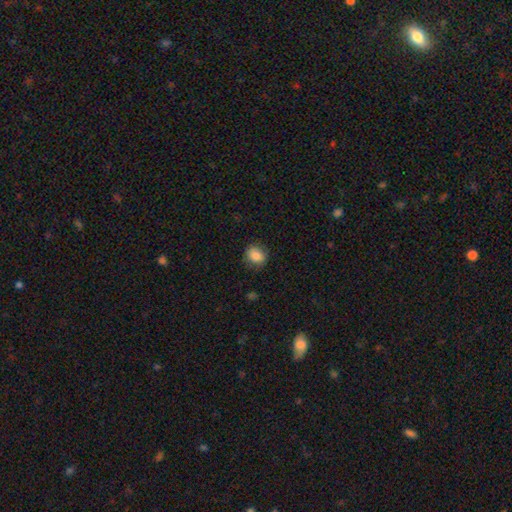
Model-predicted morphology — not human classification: Smooth or featured?
  - smooth: 84% *
  - star or artifact: 9%
  - featured or disk: 7%
How rounded?
  - round: 66% *
  - in between: 33%
  - cigar-shaped: 1%
Merging?
  - none: 84% *
  - minor disturbance: 12%
  - major disturbance: 3%
  - merger: 1%